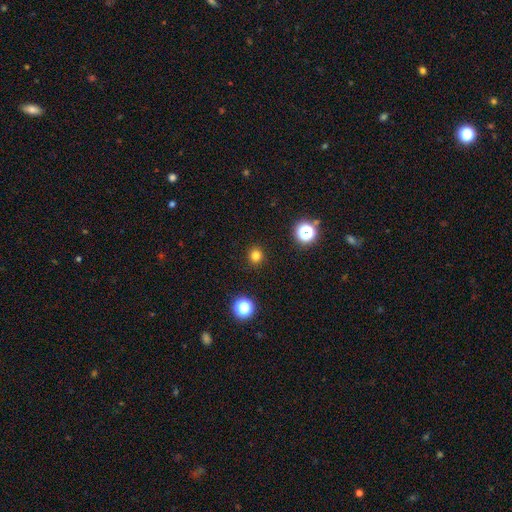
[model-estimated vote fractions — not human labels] A smooth galaxy with no disk features (79%) that is round (92%).

Vote fractions:
- Smooth or featured? smooth: 79% / star or artifact: 17% / featured or disk: 5%
- How rounded? round: 92% / in between: 7% / cigar-shaped: 1%
- Merging? none: 92% / minor disturbance: 5% / major disturbance: 2% / merger: 1%